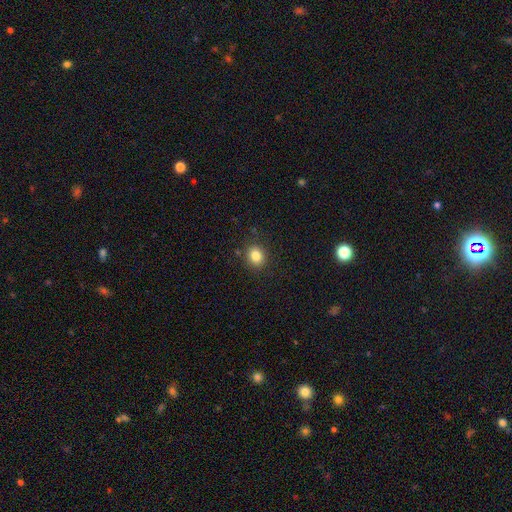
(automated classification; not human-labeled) smooth-or-featured: smooth: 83% | star or artifact: 11% | featured or disk: 5%
  how-rounded: round: 66% | in between: 33% | cigar-shaped: 1%
  merging: none: 87% | minor disturbance: 8% | major disturbance: 3% | merger: 2%